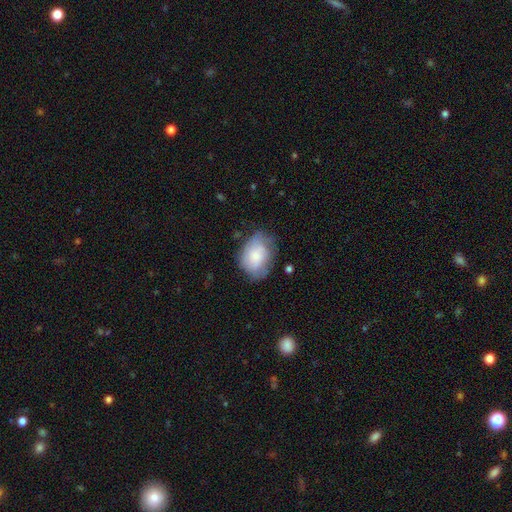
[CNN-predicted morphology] Smooth or featured?
  - smooth: 65% *
  - featured or disk: 28%
  - star or artifact: 7%
How rounded?
  - in between: 76% *
  - round: 23%
  - cigar-shaped: 1%
Merging?
  - none: 52% *
  - minor disturbance: 33%
  - major disturbance: 13%
  - merger: 2%